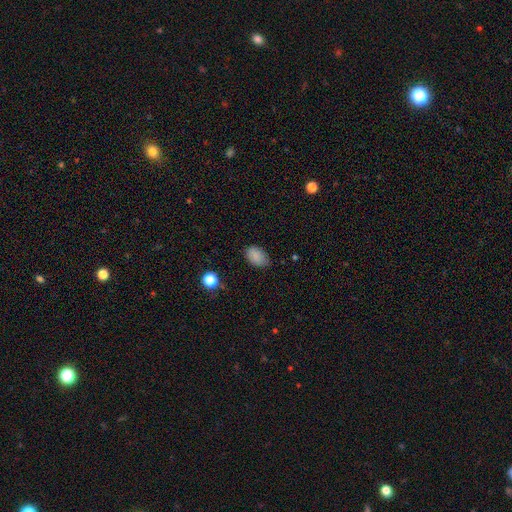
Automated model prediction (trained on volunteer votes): Smooth or featured?
  - smooth: 85% *
  - star or artifact: 9%
  - featured or disk: 5%
How rounded?
  - in between: 87% *
  - round: 12%
  - cigar-shaped: 1%
Merging?
  - none: 73% *
  - minor disturbance: 22%
  - major disturbance: 4%
  - merger: 1%